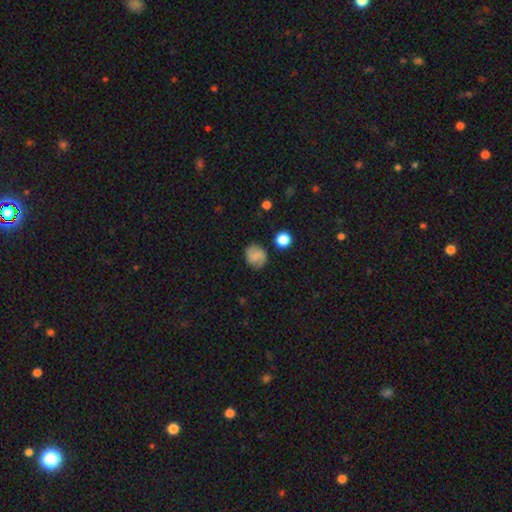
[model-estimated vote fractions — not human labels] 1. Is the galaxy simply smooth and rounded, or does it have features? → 59% smooth, 30% featured or disk, 11% star or artifact.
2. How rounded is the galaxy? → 74% round, 25% in between, 1% cigar-shaped.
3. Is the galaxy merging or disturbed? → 78% none, 15% minor disturbance, 5% major disturbance, 2% merger.